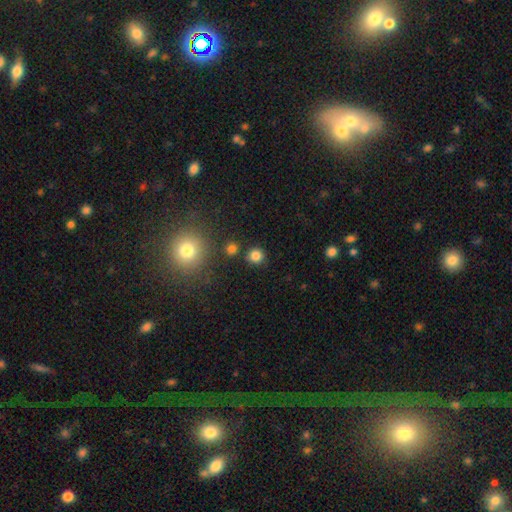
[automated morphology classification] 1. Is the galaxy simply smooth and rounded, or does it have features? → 82% smooth, 14% star or artifact, 4% featured or disk.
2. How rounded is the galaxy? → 91% round, 8% in between, 1% cigar-shaped.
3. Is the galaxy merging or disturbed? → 85% none, 7% minor disturbance, 6% merger, 3% major disturbance.